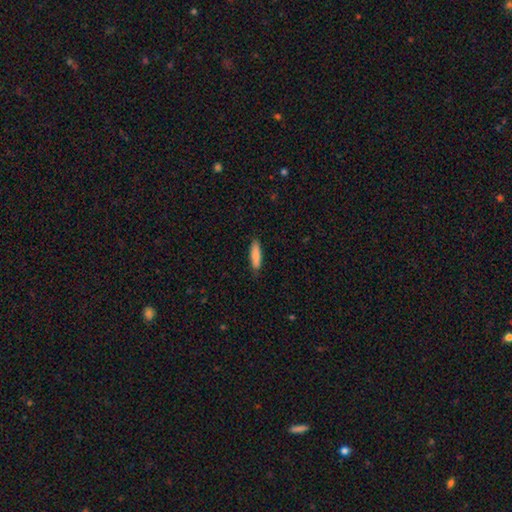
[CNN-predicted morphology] This appears to be a smooth galaxy with no disk features (86%) that is cigar-shaped (67%). Merging: none (86%).